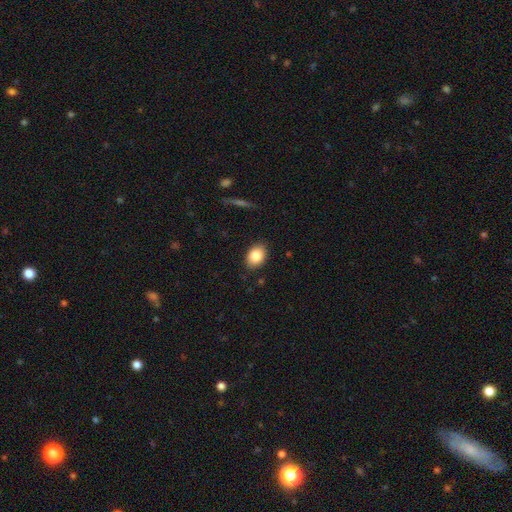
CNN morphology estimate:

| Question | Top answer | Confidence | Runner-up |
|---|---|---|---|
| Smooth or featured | smooth | 85% | star or artifact (8%) |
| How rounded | in between | 80% | round (19%) |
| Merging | none | 86% | minor disturbance (10%) |